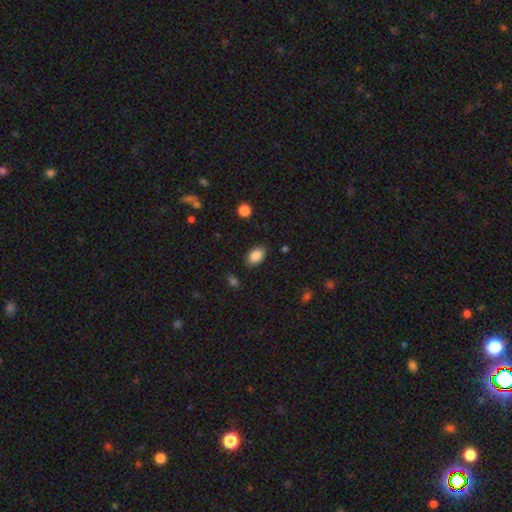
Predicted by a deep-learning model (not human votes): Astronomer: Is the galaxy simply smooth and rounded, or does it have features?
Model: smooth — 87%.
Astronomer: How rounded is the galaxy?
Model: in between — 88%.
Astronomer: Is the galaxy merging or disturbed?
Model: none — 86%.